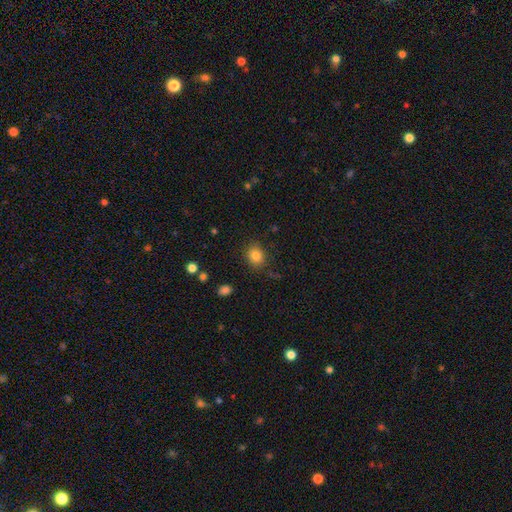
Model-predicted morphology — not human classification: Q: Smooth or featured?
A: smooth (83%); runner-up: star or artifact (11%)
Q: How rounded?
A: round (63%); runner-up: in between (37%)
Q: Merging?
A: none (85%); runner-up: minor disturbance (10%)